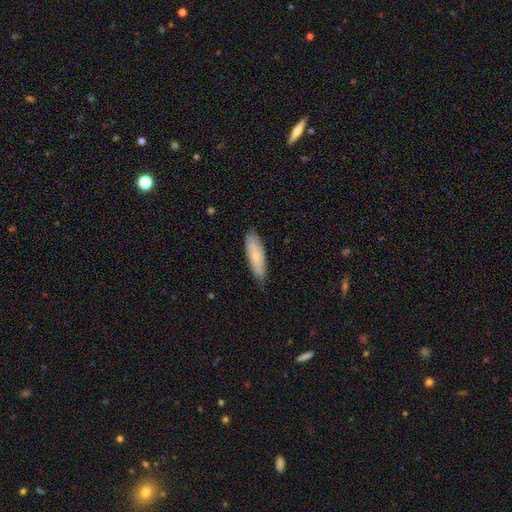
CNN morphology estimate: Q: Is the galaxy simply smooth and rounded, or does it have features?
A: smooth — 65%.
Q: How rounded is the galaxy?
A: in between — 50%.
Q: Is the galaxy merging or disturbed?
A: none — 75%.